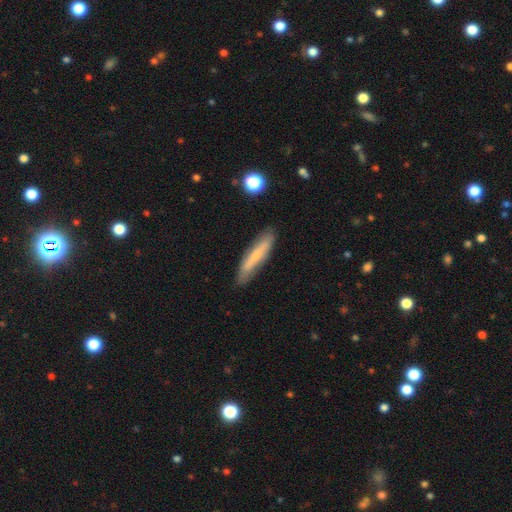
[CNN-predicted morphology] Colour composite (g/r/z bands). It shows a smooth galaxy with no disk features (57%) that is cigar-shaped (84%). Merging: none (84%).